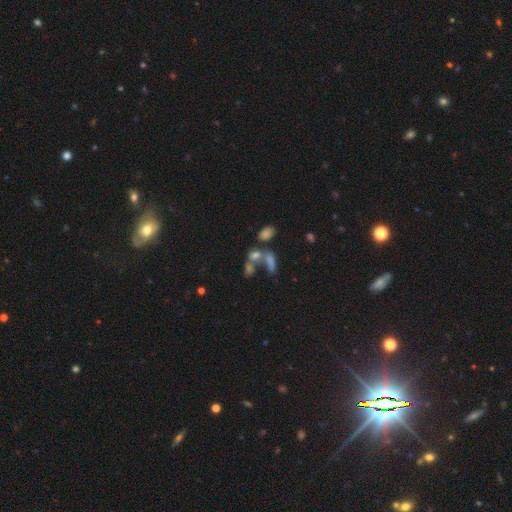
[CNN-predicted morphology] A smooth galaxy with no disk features (53%) that is in between round and cigar-shaped (69%). Merging: merger (48%).